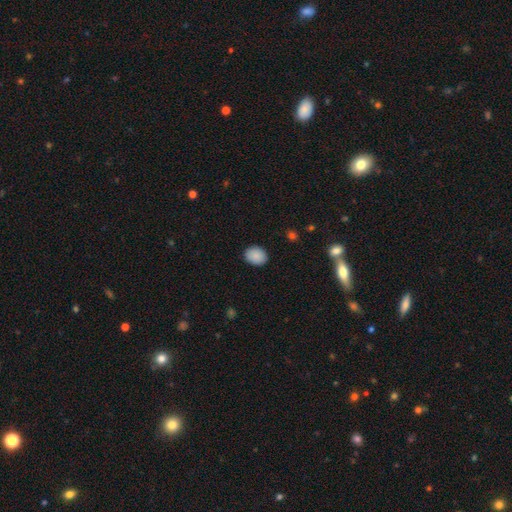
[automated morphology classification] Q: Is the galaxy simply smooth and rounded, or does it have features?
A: smooth — 89%.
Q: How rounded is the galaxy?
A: in between — 60%.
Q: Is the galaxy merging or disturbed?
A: none — 89%.